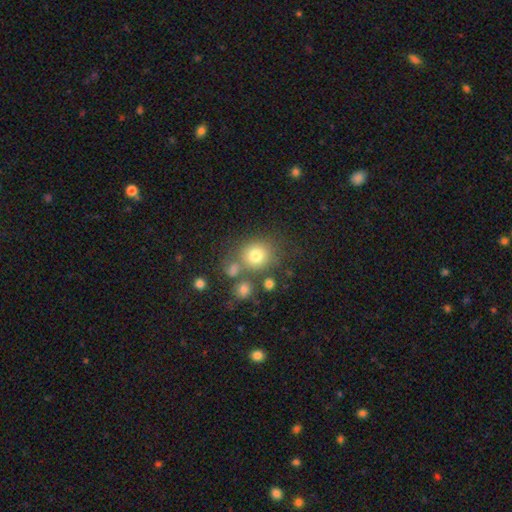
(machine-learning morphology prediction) Smooth or featured?
  - smooth: 76% *
  - star or artifact: 14%
  - featured or disk: 11%
How rounded?
  - round: 85% *
  - in between: 14%
  - cigar-shaped: 1%
Merging?
  - none: 67% *
  - merger: 16%
  - minor disturbance: 12%
  - major disturbance: 6%